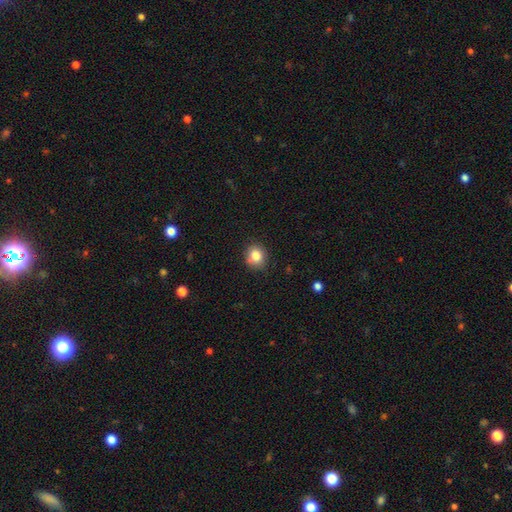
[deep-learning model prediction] Q: Smooth or featured?
A: smooth (82%); runner-up: star or artifact (10%)
Q: How rounded?
A: round (72%); runner-up: in between (27%)
Q: Merging?
A: none (81%); runner-up: minor disturbance (13%)